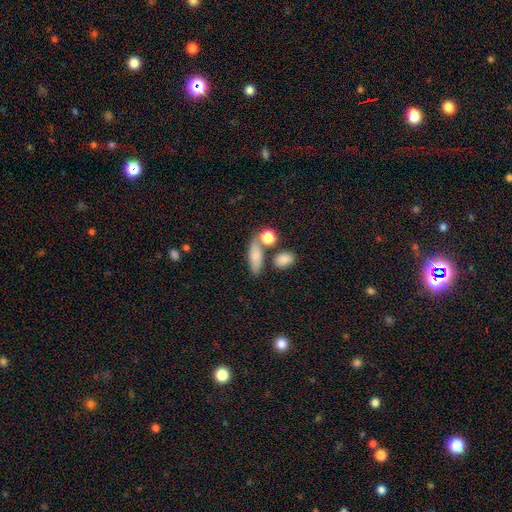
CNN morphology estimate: Smooth or featured? Predicted: smooth (p=0.76). How rounded? Predicted: in between (p=0.68). Merging? Predicted: none (p=0.60).